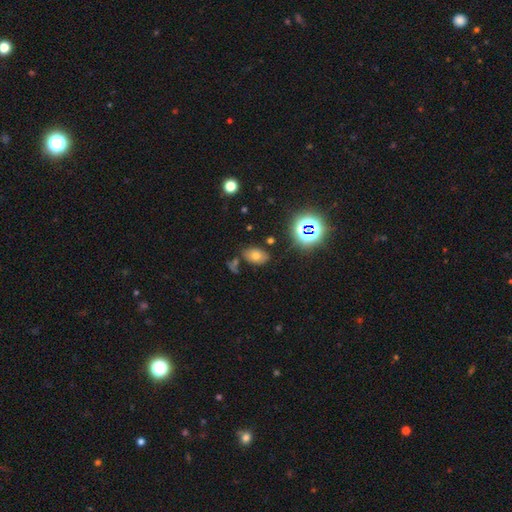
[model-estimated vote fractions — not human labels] smooth-or-featured: smooth: 64% | star or artifact: 20% | featured or disk: 15%
  how-rounded: in between: 84% | round: 14% | cigar-shaped: 1%
  merging: none: 75% | minor disturbance: 14% | merger: 7% | major disturbance: 4%